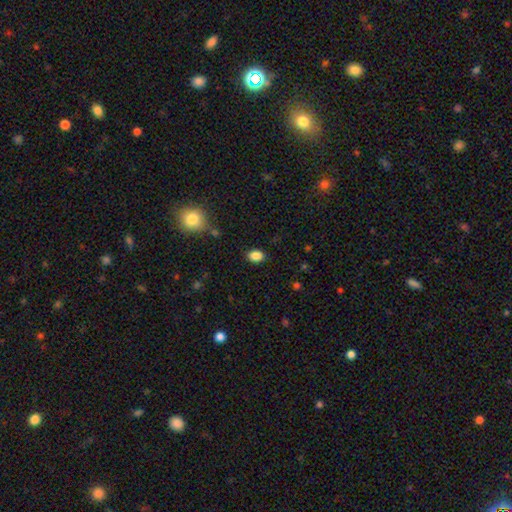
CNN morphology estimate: Smooth or featured?
  - smooth: 86% *
  - star or artifact: 10%
  - featured or disk: 4%
How rounded?
  - in between: 76% *
  - round: 23%
  - cigar-shaped: 1%
Merging?
  - none: 86% *
  - minor disturbance: 10%
  - major disturbance: 3%
  - merger: 1%